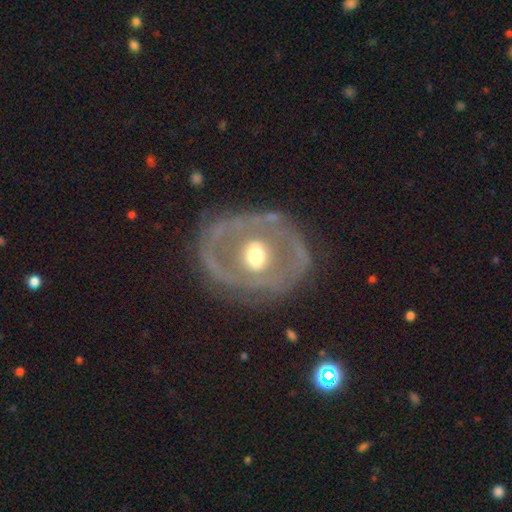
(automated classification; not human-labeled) Smooth or featured? Predicted: featured or disk (p=0.72). Edge-on disk? Predicted: no (p=0.94). Bar? Predicted: no (p=0.53). Spiral arms? Predicted: no (p=0.66). Bulge size? Predicted: moderate (p=0.68). Merging? Predicted: none (p=0.68).